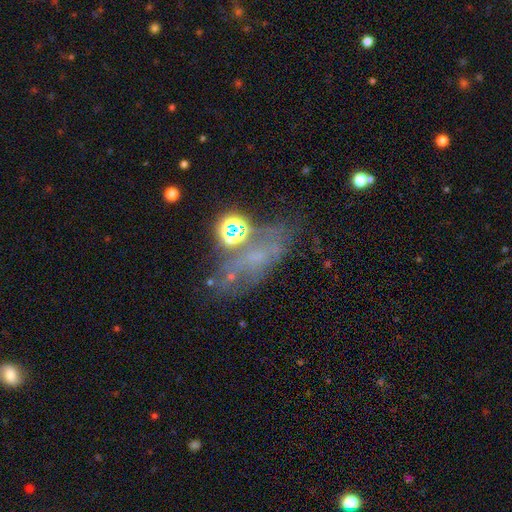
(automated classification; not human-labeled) Overall: featured or disk (40%; smooth 32%). Merging: none (47%; major disturbance 21%).